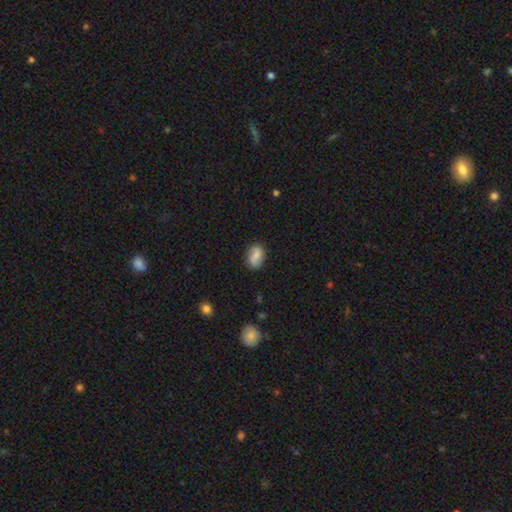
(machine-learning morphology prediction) The model was most divided on "smooth or featured": smooth: 63%, featured or disk: 28%, star or artifact: 9%. More confident: how rounded — in between (79%); merging — none (79%).